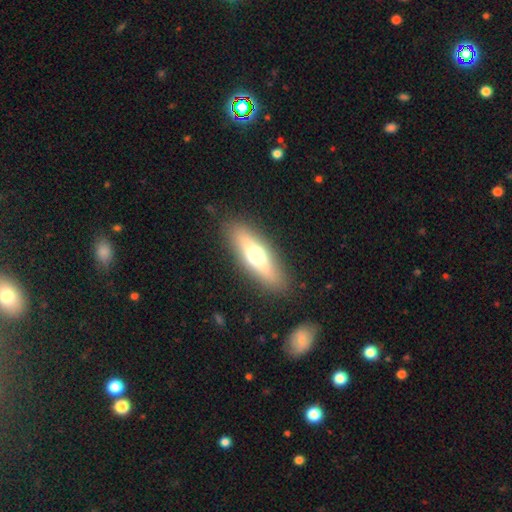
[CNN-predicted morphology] Smooth or featured?
  - smooth: 51% *
  - featured or disk: 41%
  - star or artifact: 8%
How rounded?
  - cigar-shaped: 51% *
  - in between: 46%
  - round: 4%
Merging?
  - none: 87% *
  - minor disturbance: 8%
  - major disturbance: 3%
  - merger: 1%